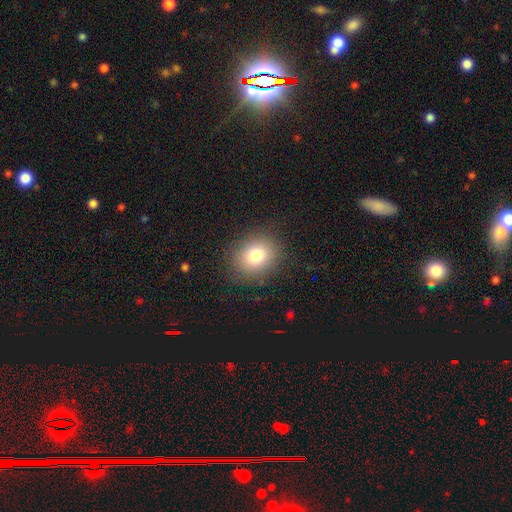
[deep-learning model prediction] Overall: smooth (79%). How rounded: round (66%; in between 33%). Merging: none (86%).